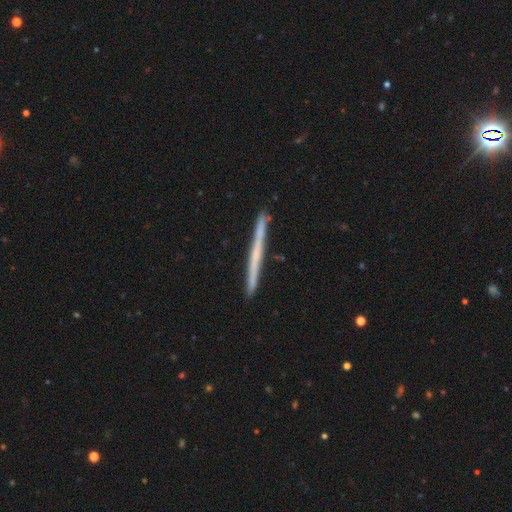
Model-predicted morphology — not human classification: Smooth or featured?
  - featured or disk: 51% *
  - smooth: 43%
  - star or artifact: 5%
Edge-on disk?
  - yes: 97% *
  - no: 3%
Edge-on bulge?
  - none: 88% *
  - rounded: 8%
  - boxy: 4%
Merging?
  - none: 91% *
  - minor disturbance: 6%
  - merger: 1%
  - major disturbance: 1%